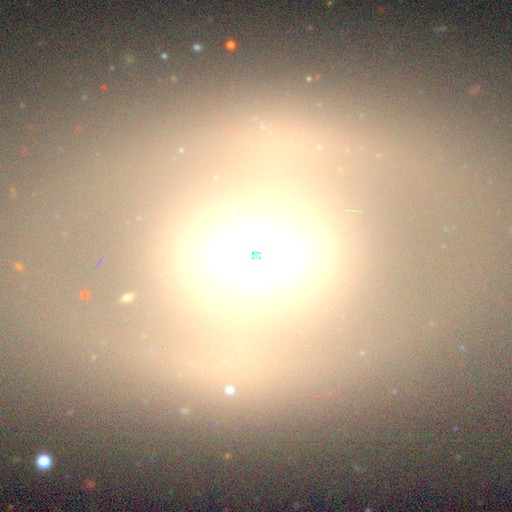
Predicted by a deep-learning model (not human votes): Smooth or featured? Predicted: featured or disk (p=0.44). Merging? Predicted: none (p=0.81).